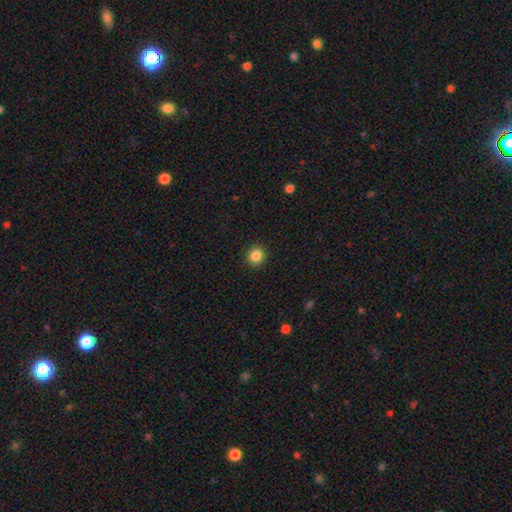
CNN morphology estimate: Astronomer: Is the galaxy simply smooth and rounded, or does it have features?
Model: smooth — 86%.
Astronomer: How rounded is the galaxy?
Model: round — 90%.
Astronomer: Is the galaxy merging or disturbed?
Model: none — 92%.